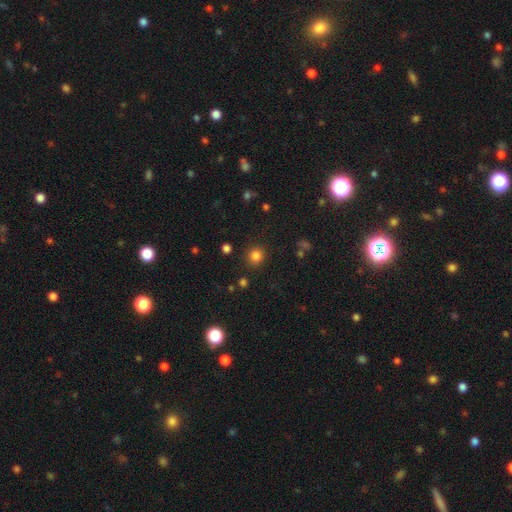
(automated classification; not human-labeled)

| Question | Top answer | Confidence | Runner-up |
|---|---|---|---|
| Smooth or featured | smooth | 82% | star or artifact (14%) |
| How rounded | round | 91% | in between (8%) |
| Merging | none | 88% | minor disturbance (7%) |